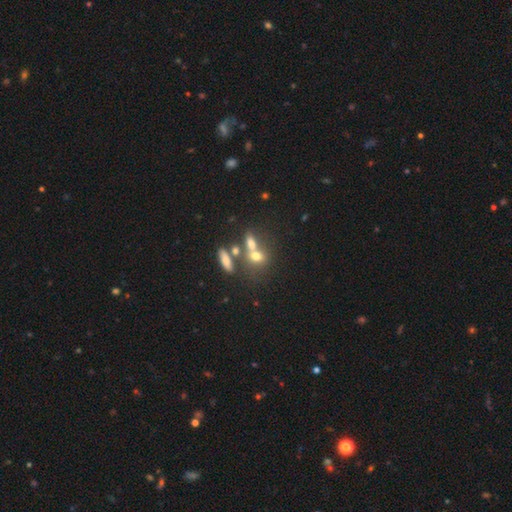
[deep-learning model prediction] Morphology: type=smooth (63%); roundness=in between (48%); merging=merger (50%).